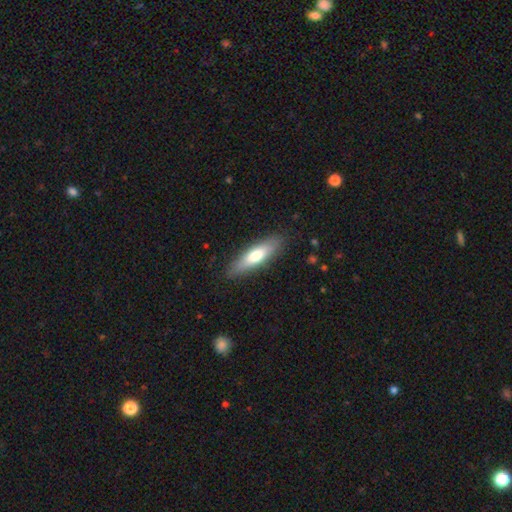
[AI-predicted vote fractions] Q: Smooth or featured?
A: smooth (65%); runner-up: featured or disk (29%)
Q: How rounded?
A: cigar-shaped (60%); runner-up: in between (38%)
Q: Merging?
A: none (87%); runner-up: minor disturbance (10%)